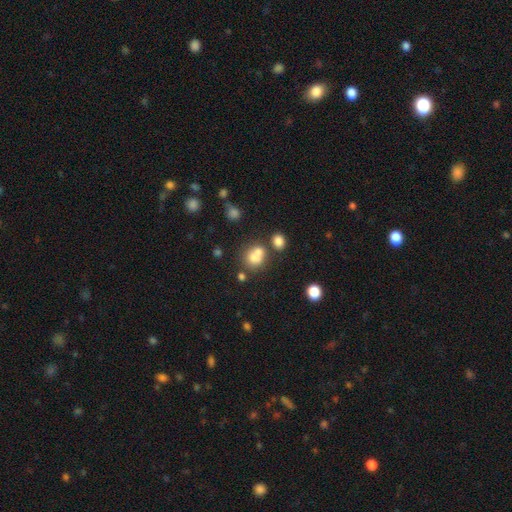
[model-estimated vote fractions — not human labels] The model was most divided on "merging": merger: 47%, none: 38%, minor disturbance: 10%, major disturbance: 5%. More confident: how rounded — round (70%); smooth or featured — smooth (70%).